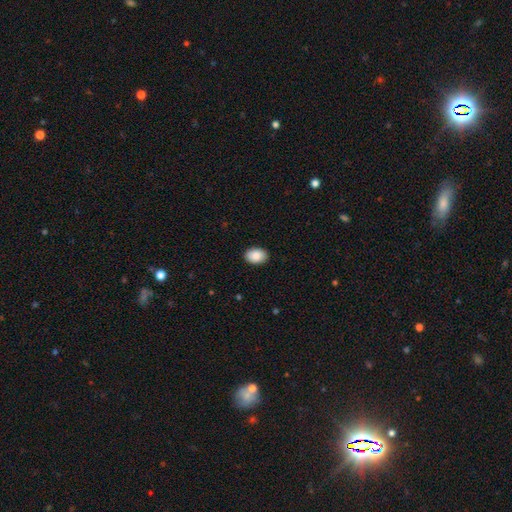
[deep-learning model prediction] The model was most divided on "how rounded": in between: 82%, round: 17%, cigar-shaped: 1%. More confident: merging — none (90%); smooth or featured — smooth (89%).